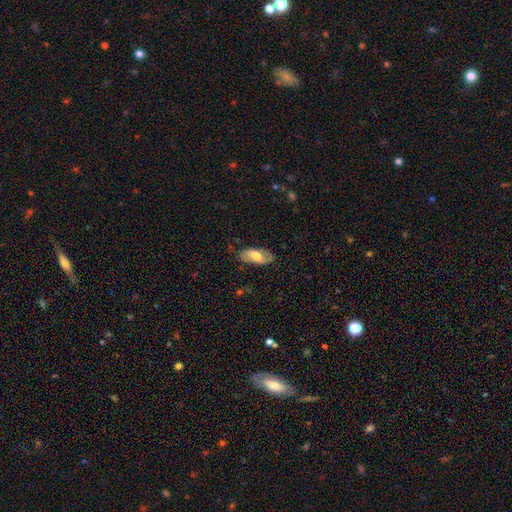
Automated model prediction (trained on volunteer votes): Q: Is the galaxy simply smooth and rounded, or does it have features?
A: featured or disk — 48%.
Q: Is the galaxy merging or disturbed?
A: none — 76%.